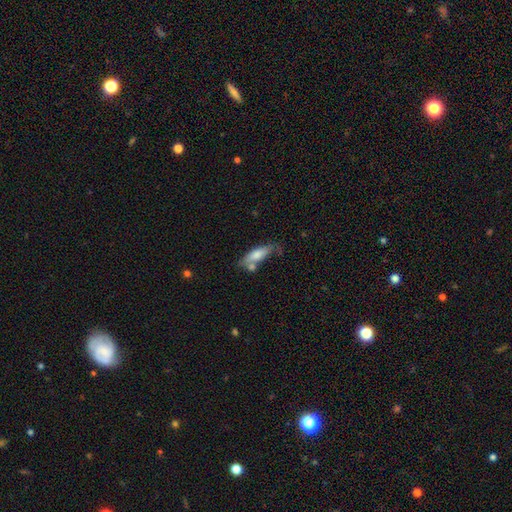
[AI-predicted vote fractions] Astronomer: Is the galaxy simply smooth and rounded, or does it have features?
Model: smooth — 70%.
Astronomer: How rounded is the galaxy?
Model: in between — 52% (runner-up: cigar-shaped, 46%).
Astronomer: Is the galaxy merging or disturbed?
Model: none — 45% (runner-up: minor disturbance, 24%).